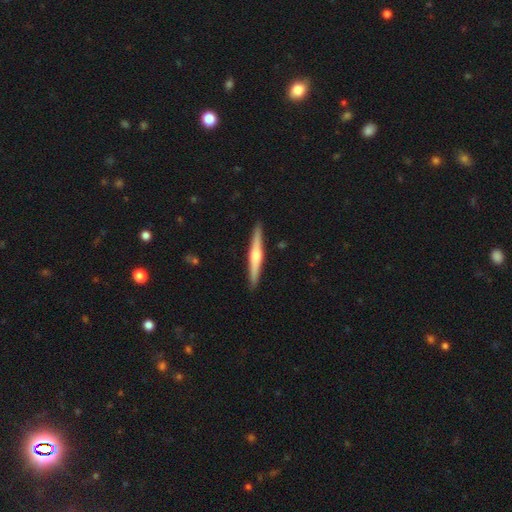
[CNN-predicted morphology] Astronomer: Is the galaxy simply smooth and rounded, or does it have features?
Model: featured or disk — 69%.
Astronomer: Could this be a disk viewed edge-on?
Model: yes — 98%.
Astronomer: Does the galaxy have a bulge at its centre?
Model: rounded — 86%.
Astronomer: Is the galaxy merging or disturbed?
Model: none — 92%.